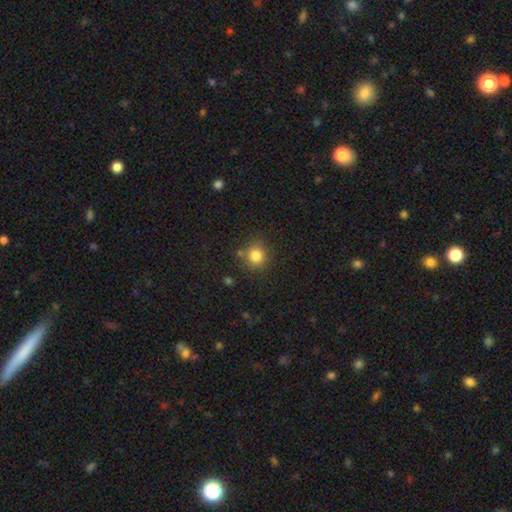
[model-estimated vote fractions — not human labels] Overall: smooth (82%). How rounded: round (91%). Merging: none (81%).